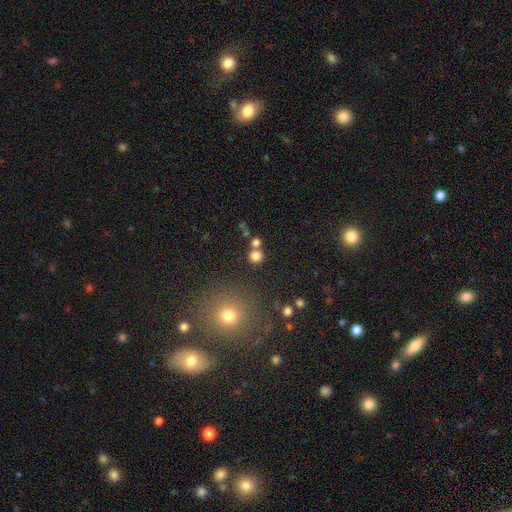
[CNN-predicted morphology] Smooth or featured? Predicted: smooth (p=0.79). How rounded? Predicted: round (p=0.92). Merging? Predicted: none (p=0.73).